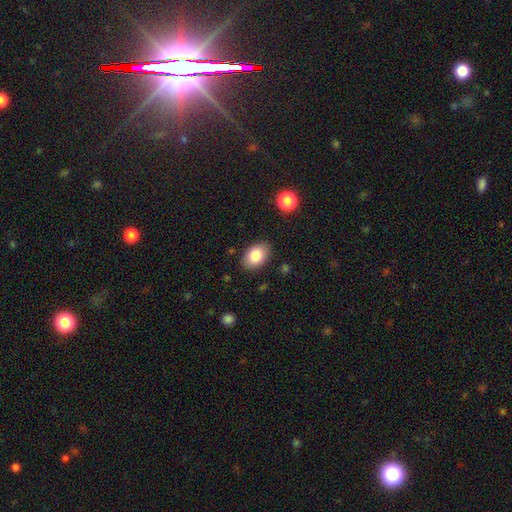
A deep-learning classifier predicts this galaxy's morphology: This appears to be a smooth galaxy with no disk features (84%) that is in between round and cigar-shaped (85%). Merging: none (86%).